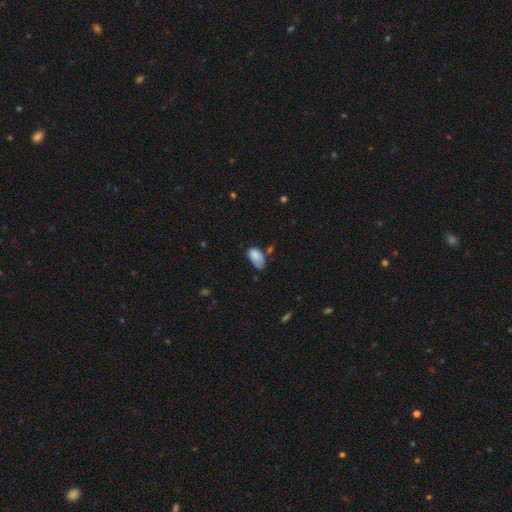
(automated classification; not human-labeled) Q: Smooth or featured?
A: smooth (81%); runner-up: featured or disk (11%)
Q: How rounded?
A: in between (91%); runner-up: round (7%)
Q: Merging?
A: minor disturbance (40%); runner-up: none (37%)